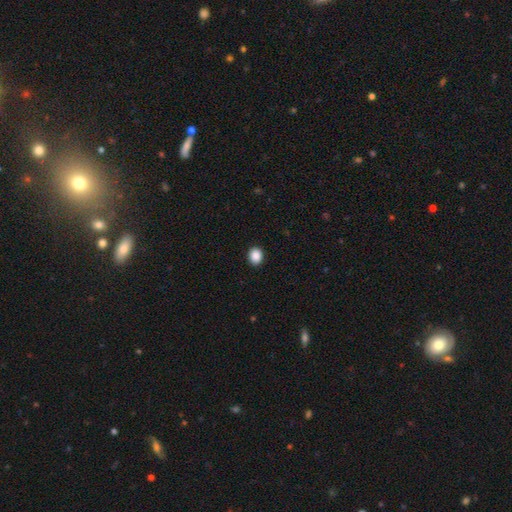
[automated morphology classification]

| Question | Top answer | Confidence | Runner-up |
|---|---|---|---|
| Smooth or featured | smooth | 88% | star or artifact (9%) |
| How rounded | round | 68% | in between (31%) |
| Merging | none | 92% | minor disturbance (5%) |